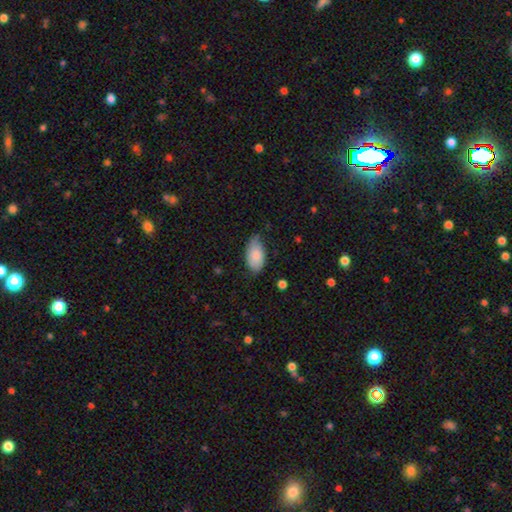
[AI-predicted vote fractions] smooth_or_featured: smooth (p=0.83) [alt: featured or disk p=0.11]
how_rounded: in between (p=0.94) [alt: round p=0.03]
merging: none (p=0.59) [alt: minor disturbance p=0.34]